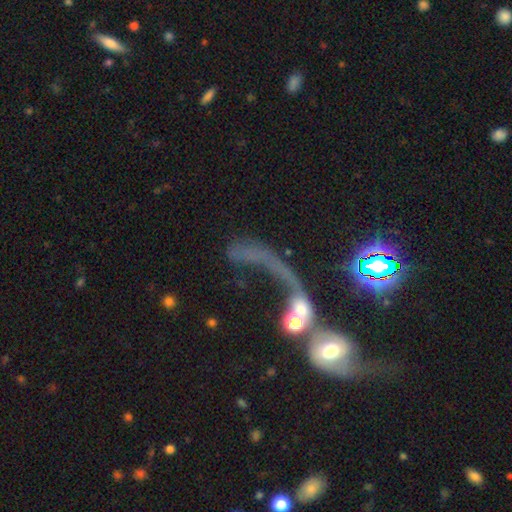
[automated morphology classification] Q: Smooth or featured?
A: featured or disk (53%); runner-up: smooth (27%)
Q: Edge-on disk?
A: no (90%); runner-up: yes (10%)
Q: Merging?
A: merger (50%); runner-up: major disturbance (28%)